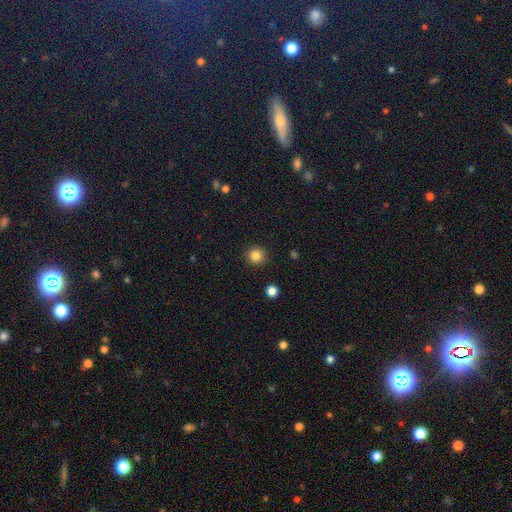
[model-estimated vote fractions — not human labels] smooth_or_featured: smooth (p=0.84) [alt: star or artifact p=0.11]
how_rounded: round (p=0.94) [alt: in between p=0.05]
merging: none (p=0.92) [alt: minor disturbance p=0.05]